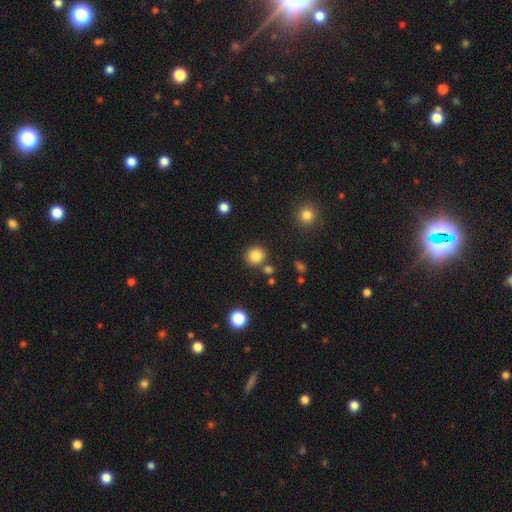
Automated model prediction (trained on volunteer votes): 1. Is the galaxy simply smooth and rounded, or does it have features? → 85% smooth, 11% star or artifact, 4% featured or disk.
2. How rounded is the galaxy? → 90% round, 9% in between, 1% cigar-shaped.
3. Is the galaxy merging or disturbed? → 83% none, 8% minor disturbance, 7% merger, 3% major disturbance.